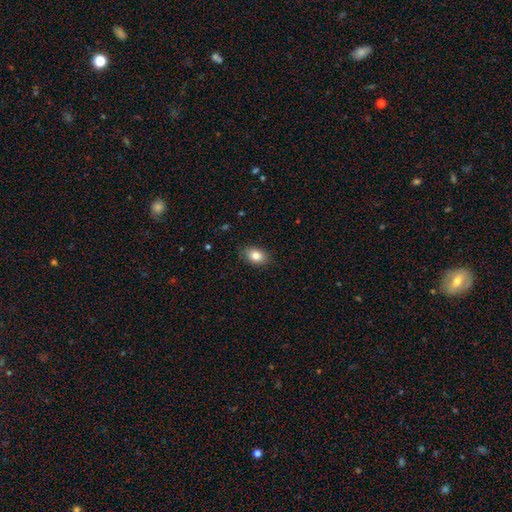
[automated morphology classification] Smooth or featured?
  - smooth: 83% *
  - featured or disk: 9%
  - star or artifact: 8%
How rounded?
  - in between: 83% *
  - round: 15%
  - cigar-shaped: 1%
Merging?
  - none: 85% *
  - minor disturbance: 12%
  - major disturbance: 2%
  - merger: 1%